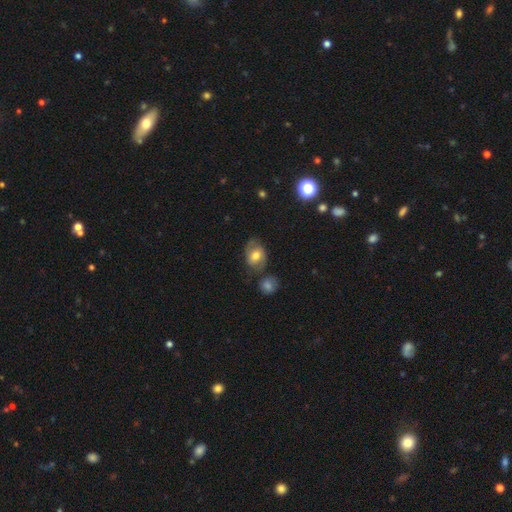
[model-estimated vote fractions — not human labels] smooth 58%, featured or disk 33%, star or artifact 9%. Down the decision tree: how rounded — in between (65%); merging — none (59%).